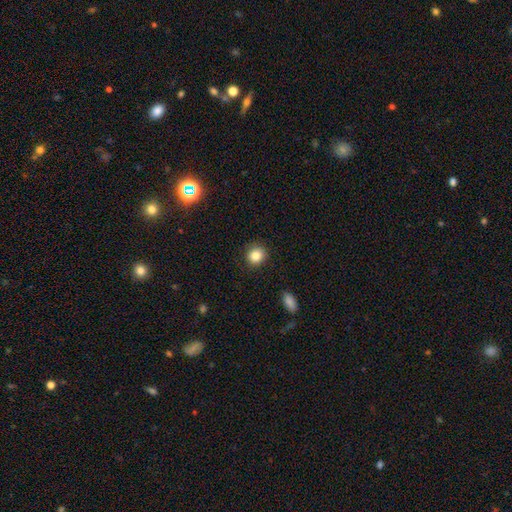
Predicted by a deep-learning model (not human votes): A smooth galaxy with no disk features (85%) that is round (84%). Merging: none (88%).